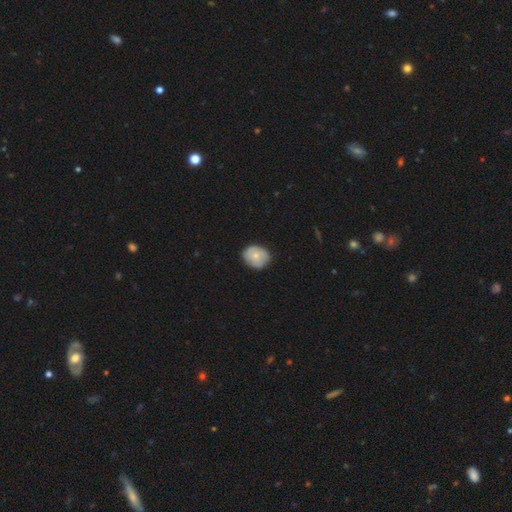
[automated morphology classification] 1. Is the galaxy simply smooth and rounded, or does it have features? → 68% smooth, 26% featured or disk, 7% star or artifact.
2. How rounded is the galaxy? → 62% round, 38% in between, 1% cigar-shaped.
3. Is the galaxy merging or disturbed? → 78% none, 17% minor disturbance, 3% major disturbance, 1% merger.